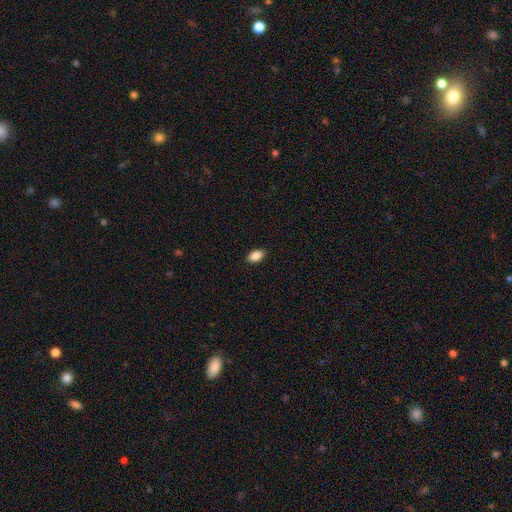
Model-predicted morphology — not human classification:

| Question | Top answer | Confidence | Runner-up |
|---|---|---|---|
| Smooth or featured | smooth | 89% | star or artifact (8%) |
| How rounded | in between | 91% | round (7%) |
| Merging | none | 89% | minor disturbance (8%) |